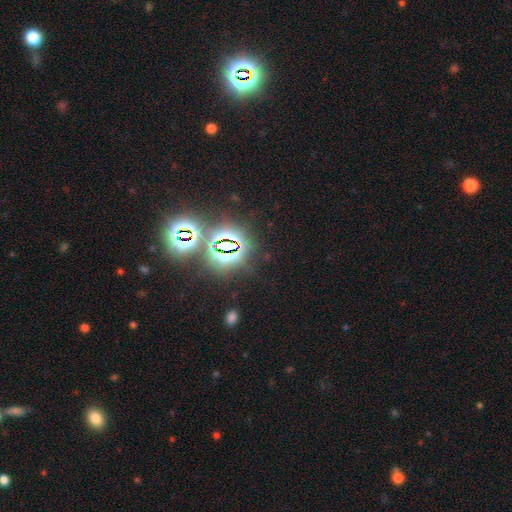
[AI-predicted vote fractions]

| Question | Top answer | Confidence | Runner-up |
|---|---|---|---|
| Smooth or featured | star or artifact | 80% | smooth (12%) |